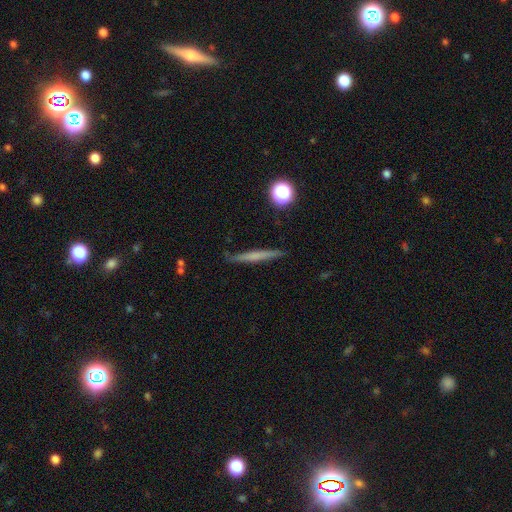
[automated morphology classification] type=smooth (48%); merging=none (87%).